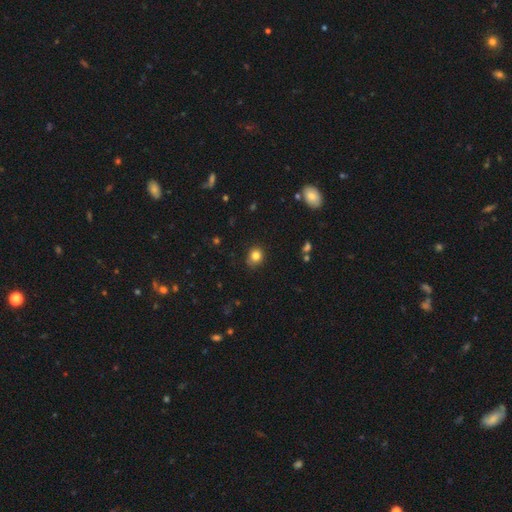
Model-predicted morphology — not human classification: Smooth or featured? smooth (82%)
How rounded? round (73%)
Merging? none (81%)